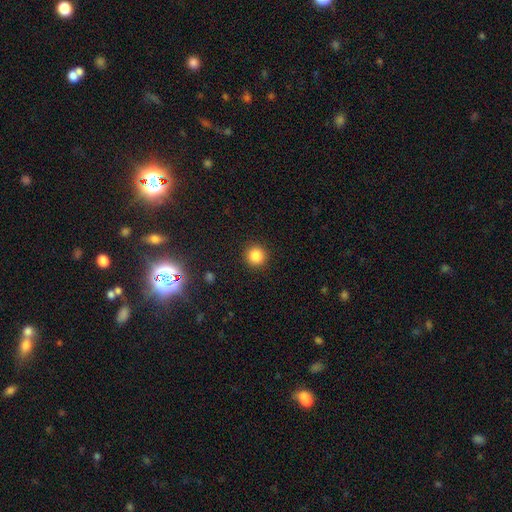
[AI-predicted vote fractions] smooth_or_featured: smooth (p=0.85) [alt: star or artifact p=0.11]
how_rounded: round (p=0.94) [alt: in between p=0.05]
merging: none (p=0.91) [alt: minor disturbance p=0.05]